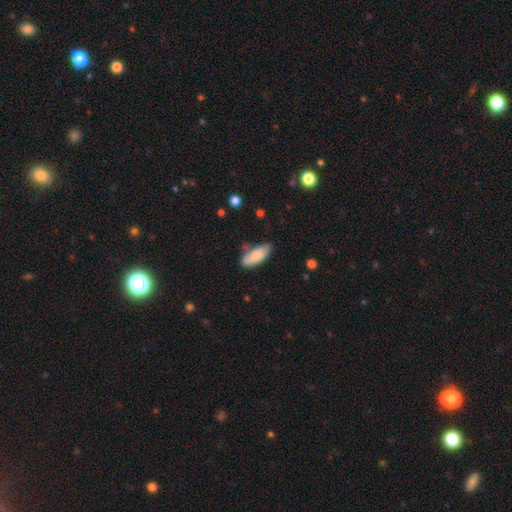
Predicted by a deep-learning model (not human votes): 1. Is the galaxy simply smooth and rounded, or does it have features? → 85% smooth, 9% featured or disk, 6% star or artifact.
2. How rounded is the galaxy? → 78% in between, 20% cigar-shaped, 2% round.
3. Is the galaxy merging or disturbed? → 67% none, 24% minor disturbance, 5% major disturbance, 4% merger.